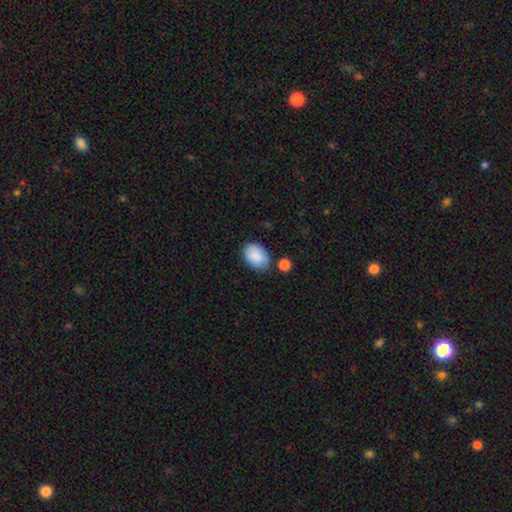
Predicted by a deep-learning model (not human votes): smooth 89%, star or artifact 6%, featured or disk 5%. Down the decision tree: how rounded — in between (88%); merging — none (73%).